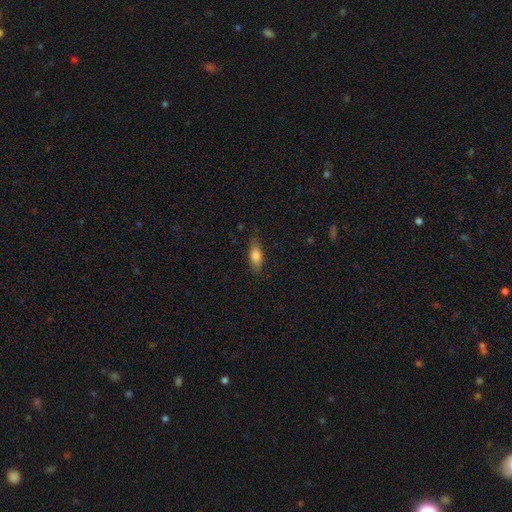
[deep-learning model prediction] Smooth or featured: smooth — 77% (featured or disk — 15%)
How rounded: in between — 75% (cigar-shaped — 22%)
Merging: none — 79% (minor disturbance — 16%)